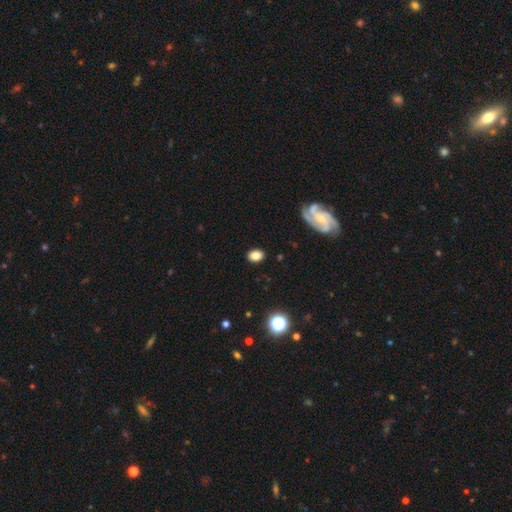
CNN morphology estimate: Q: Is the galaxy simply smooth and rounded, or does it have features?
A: smooth — 79%.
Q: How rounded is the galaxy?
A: in between — 76%.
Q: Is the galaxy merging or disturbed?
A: none — 86%.